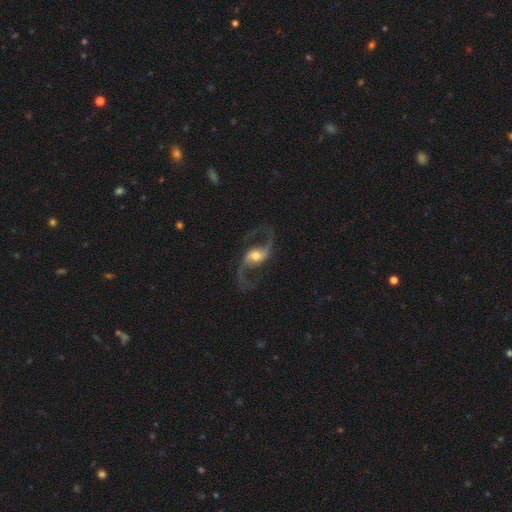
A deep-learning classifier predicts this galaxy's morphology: Overall: featured or disk (91%). Edge-on disk: no (97%). Bar: no (39%; weak 36%). Spiral arms: yes (97%). Spiral arm count: 2 (95%). Spiral winding: loose (72%). Bulge size: moderate (65%). Merging: none (80%).